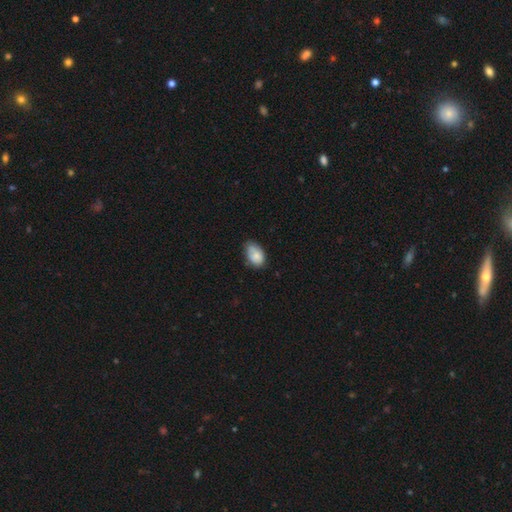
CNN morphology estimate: Overall: smooth (78%). How rounded: in between (88%). Merging: none (50%; minor disturbance 38%).